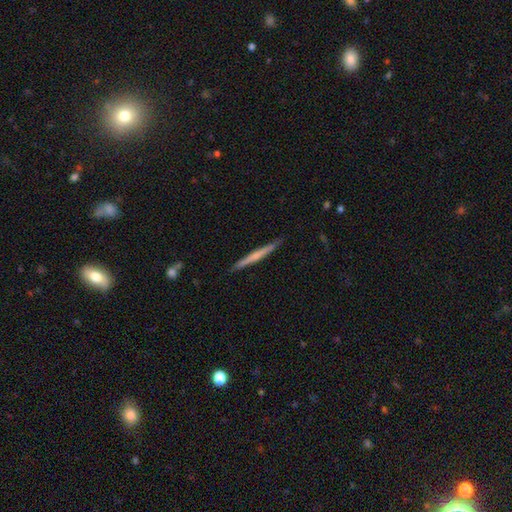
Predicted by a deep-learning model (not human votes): This is possibly a featured or disk galaxy (53%). It is clearly viewed edge-on (98%). Edge-on bulge: likely none (61%). Merging: clearly none (90%).